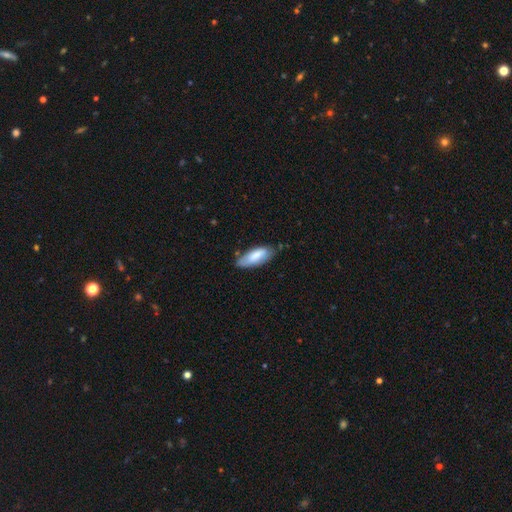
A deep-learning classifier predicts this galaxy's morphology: A smooth galaxy with no disk features (78%) that is in between round and cigar-shaped (71%). Merging: none (64%).